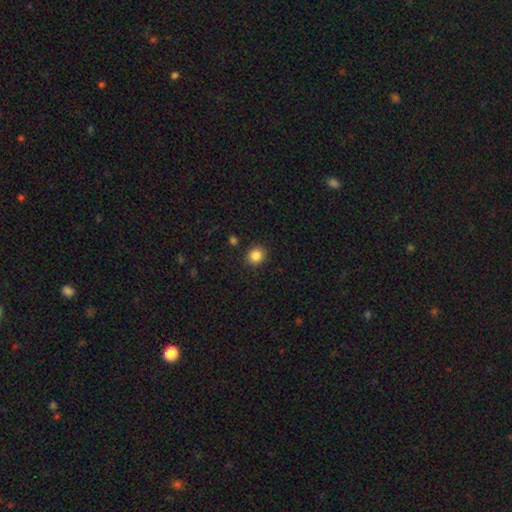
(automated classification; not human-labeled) smooth 86%, star or artifact 10%, featured or disk 4%. Down the decision tree: how rounded — round (80%); merging — none (90%).